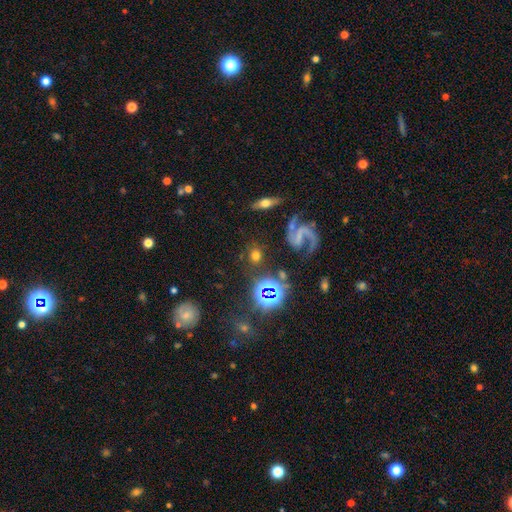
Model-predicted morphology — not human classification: A smooth galaxy with no disk features (50%).

Vote fractions:
- Smooth or featured? smooth: 50% / star or artifact: 27% / featured or disk: 23%
- Merging? none: 75% / minor disturbance: 11% / major disturbance: 7% / merger: 7%